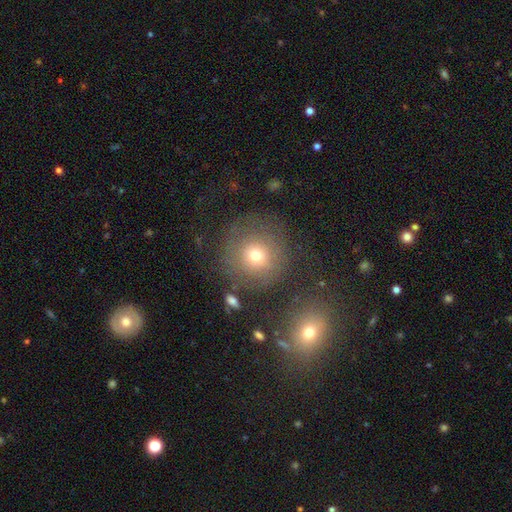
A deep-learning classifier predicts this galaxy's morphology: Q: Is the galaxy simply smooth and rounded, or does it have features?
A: smooth — 67%.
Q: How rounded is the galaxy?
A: round — 92%.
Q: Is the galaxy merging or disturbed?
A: none — 74%.